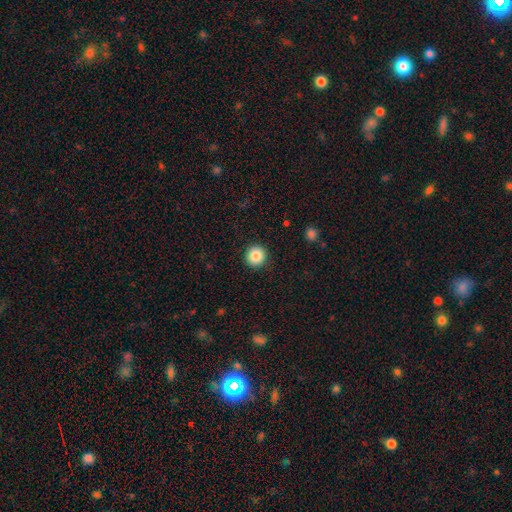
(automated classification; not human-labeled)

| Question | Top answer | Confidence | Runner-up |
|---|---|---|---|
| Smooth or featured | smooth | 86% | star or artifact (9%) |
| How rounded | round | 95% | in between (4%) |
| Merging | none | 92% | minor disturbance (5%) |